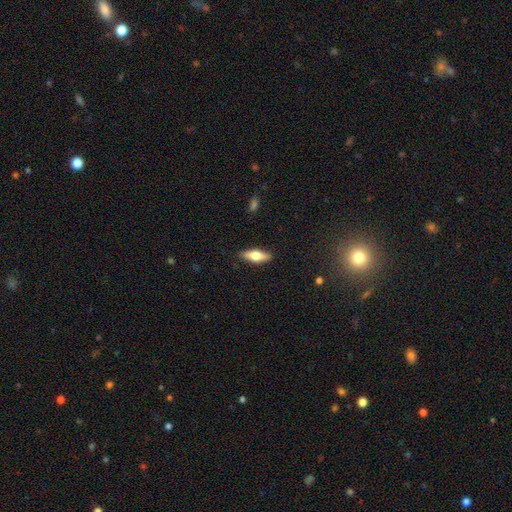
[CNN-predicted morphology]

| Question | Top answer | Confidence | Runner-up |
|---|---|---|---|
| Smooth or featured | smooth | 52% | featured or disk (42%) |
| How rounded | in between | 51% | cigar-shaped (46%) |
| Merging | none | 88% | minor disturbance (9%) |